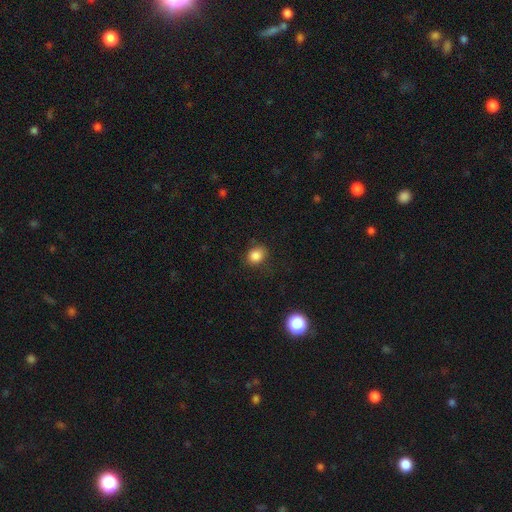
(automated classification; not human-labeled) Smooth or featured? smooth (85%)
How rounded? round (63%)
Merging? none (78%)